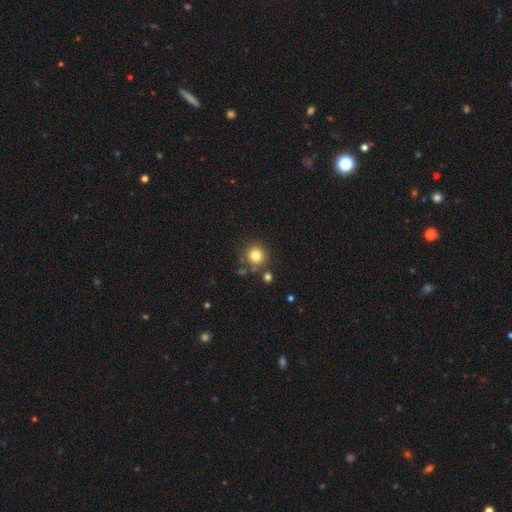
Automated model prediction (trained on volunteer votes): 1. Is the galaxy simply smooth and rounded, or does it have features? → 80% smooth, 12% star or artifact, 8% featured or disk.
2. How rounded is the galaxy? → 92% round, 7% in between, 1% cigar-shaped.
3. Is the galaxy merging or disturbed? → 78% none, 10% minor disturbance, 9% merger, 3% major disturbance.